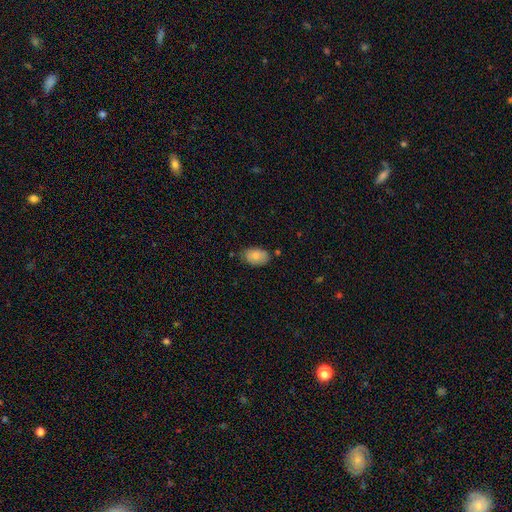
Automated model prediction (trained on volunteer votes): The model was most divided on "merging": none: 70%, minor disturbance: 22%, major disturbance: 4%, merger: 4%. More confident: how rounded — in between (92%); smooth or featured — smooth (80%).